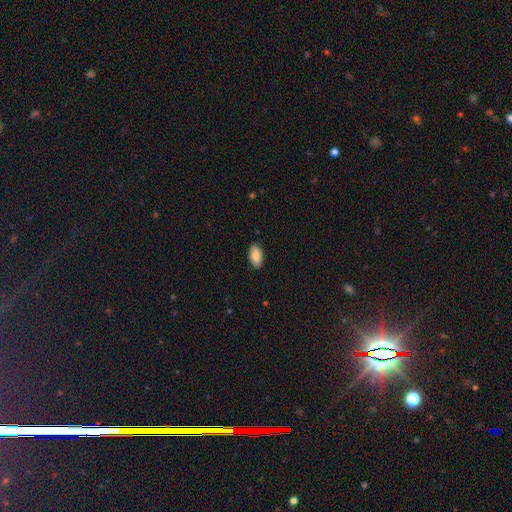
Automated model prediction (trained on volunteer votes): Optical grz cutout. It shows a smooth galaxy with no disk features (86%) that is in between round and cigar-shaped (94%). Merging: none (88%).